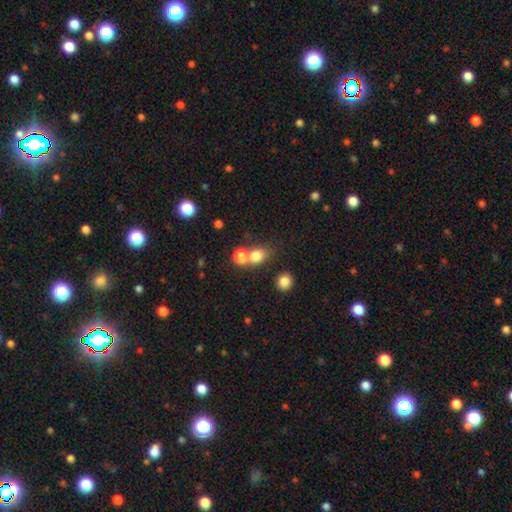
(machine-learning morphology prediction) Smooth or featured: smooth — 77% (star or artifact — 15%)
How rounded: round — 67% (in between — 32%)
Merging: none — 52% (merger — 35%)